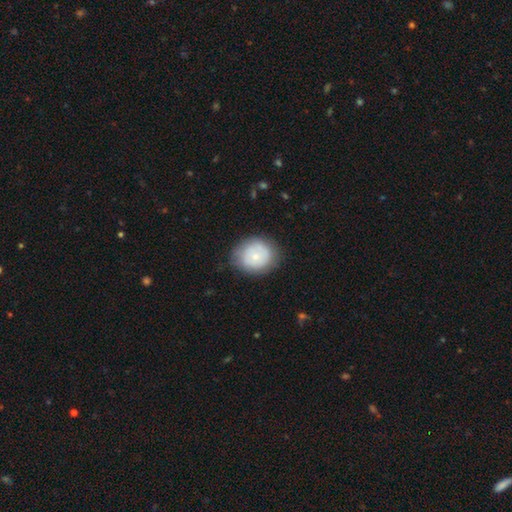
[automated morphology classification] Q: Smooth or featured?
A: smooth (65%); runner-up: featured or disk (28%)
Q: How rounded?
A: round (72%); runner-up: in between (27%)
Q: Merging?
A: none (74%); runner-up: minor disturbance (19%)